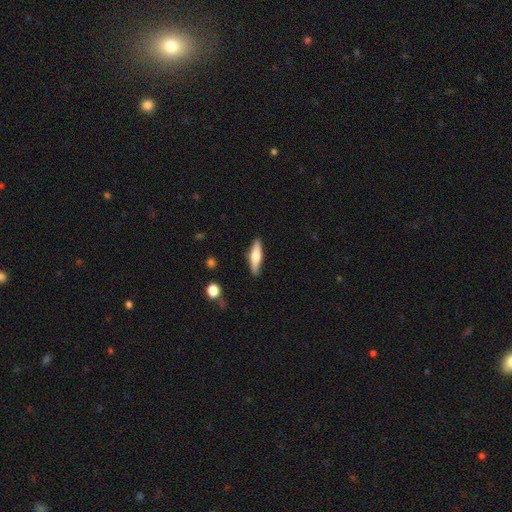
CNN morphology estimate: Smooth or featured? Predicted: smooth (p=0.57). How rounded? Predicted: cigar-shaped (p=0.73). Merging? Predicted: none (p=0.85).